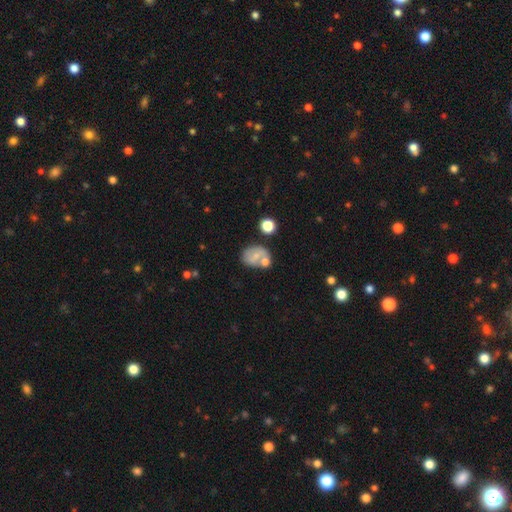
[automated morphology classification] Smooth or featured: smooth — 55% (featured or disk — 34%)
How rounded: in between — 59% (round — 40%)
Merging: none — 40% (merger — 34%)